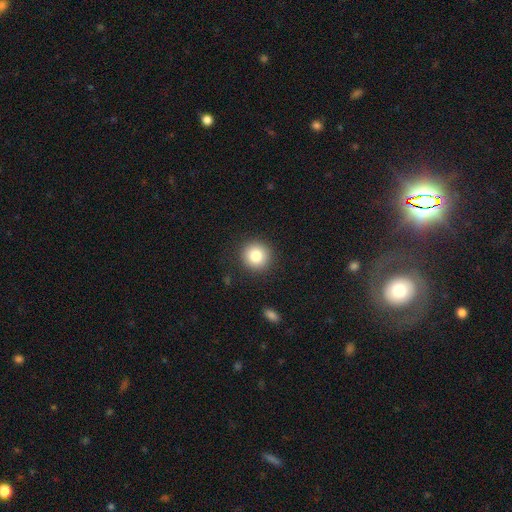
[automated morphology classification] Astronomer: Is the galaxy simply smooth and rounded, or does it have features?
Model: smooth — 82%.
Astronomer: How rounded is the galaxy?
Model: round — 93%.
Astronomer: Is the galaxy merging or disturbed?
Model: none — 91%.